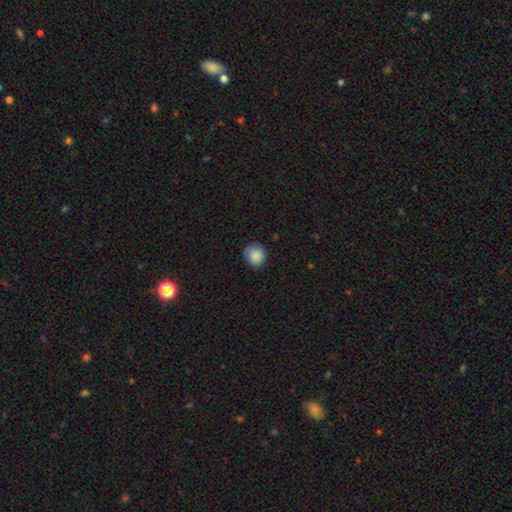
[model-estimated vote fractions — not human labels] Morphology: type=smooth (87%); roundness=round (76%); merging=none (76%).